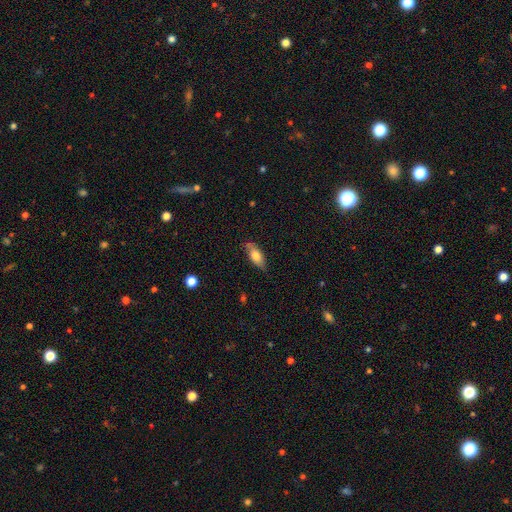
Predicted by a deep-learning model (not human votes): A smooth galaxy with no disk features (71%) that is in between round and cigar-shaped (77%). Merging: none (76%).